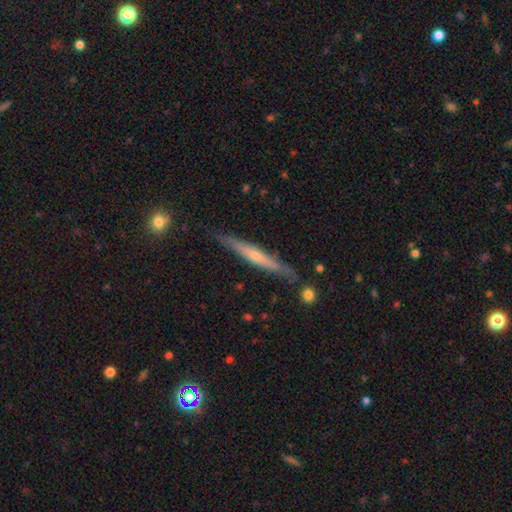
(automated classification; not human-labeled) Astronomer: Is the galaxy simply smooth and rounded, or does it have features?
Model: featured or disk — 61%.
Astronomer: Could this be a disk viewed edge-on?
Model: yes — 95%.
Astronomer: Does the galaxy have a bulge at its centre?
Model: rounded — 52% (runner-up: none, 42%).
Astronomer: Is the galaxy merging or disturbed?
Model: none — 83%.